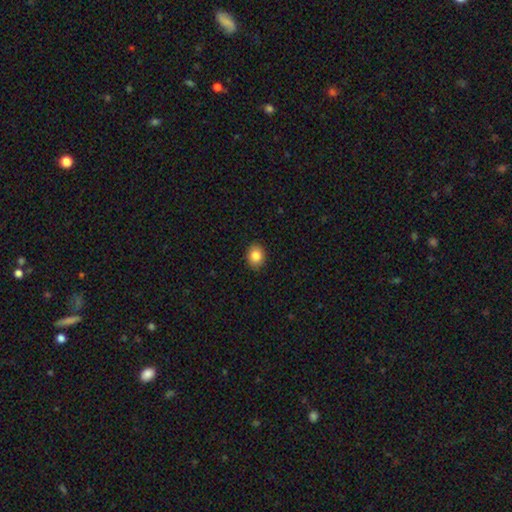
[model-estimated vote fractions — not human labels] Smooth or featured? Predicted: smooth (p=0.85). How rounded? Predicted: round (p=0.54). Merging? Predicted: none (p=0.91).